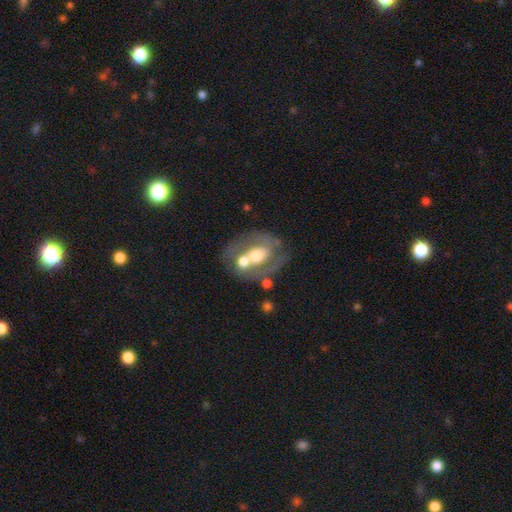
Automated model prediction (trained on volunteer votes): This is likely a featured or disk galaxy (62%). It is clearly not viewed edge-on (95%). Bar: likely no (72%). Spiral arm pattern: possibly no (56%). Central bulge: possibly moderate (60%). Merging: marginally merger (40%).